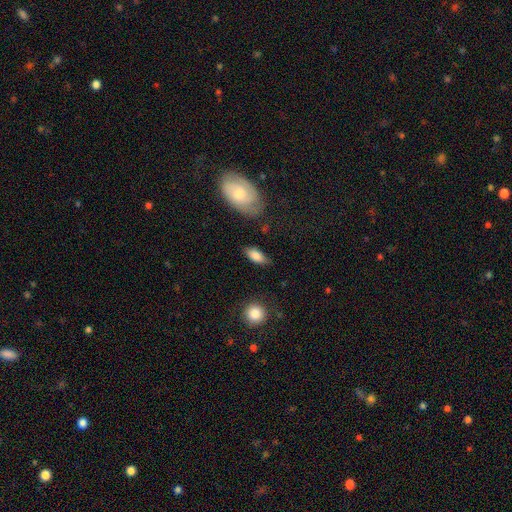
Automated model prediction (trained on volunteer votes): This is clearly a smooth galaxy (80%). How rounded: clearly in between (86%). Merging: likely none (76%).